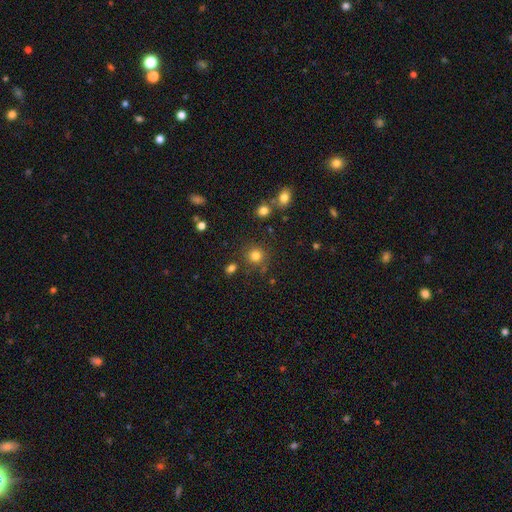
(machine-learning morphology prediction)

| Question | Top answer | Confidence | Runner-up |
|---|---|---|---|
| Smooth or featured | smooth | 80% | star or artifact (14%) |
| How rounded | round | 91% | in between (8%) |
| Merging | none | 81% | minor disturbance (9%) |